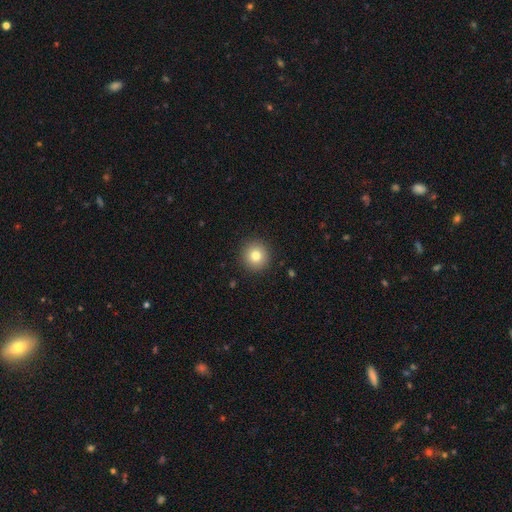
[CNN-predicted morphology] smooth-or-featured: smooth: 80% | star or artifact: 11% | featured or disk: 9%
  how-rounded: round: 95% | in between: 4% | cigar-shaped: 1%
  merging: none: 92% | minor disturbance: 5% | major disturbance: 2% | merger: 1%